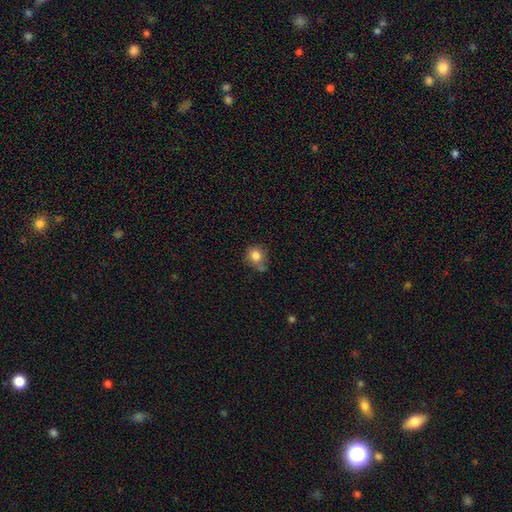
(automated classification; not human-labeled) The model was most divided on "merging": none: 58%, minor disturbance: 29%, major disturbance: 7%, merger: 6%. More confident: smooth or featured — smooth (82%); how rounded — round (80%).